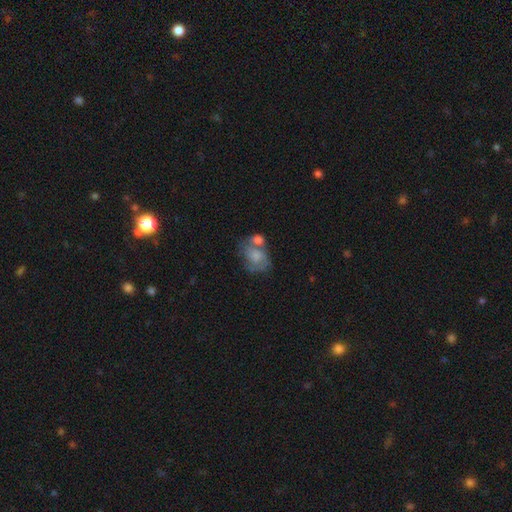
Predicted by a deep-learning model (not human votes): Smooth or featured: smooth — 50% (featured or disk — 41%)
How rounded: in between — 62% (round — 37%)
Merging: merger — 40% (none — 29%)